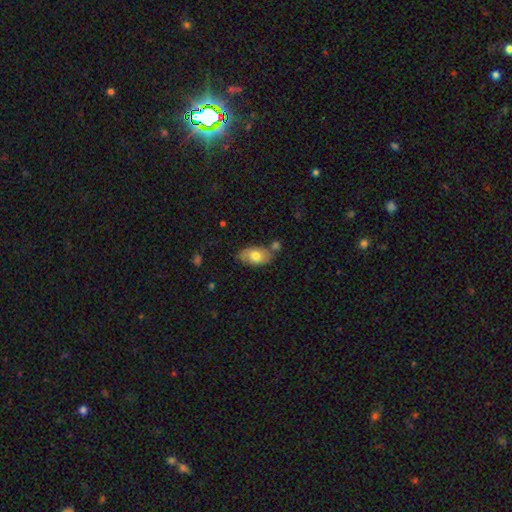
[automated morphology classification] A smooth galaxy with no disk features (72%) that is in between round and cigar-shaped (92%). Merging: none (66%).